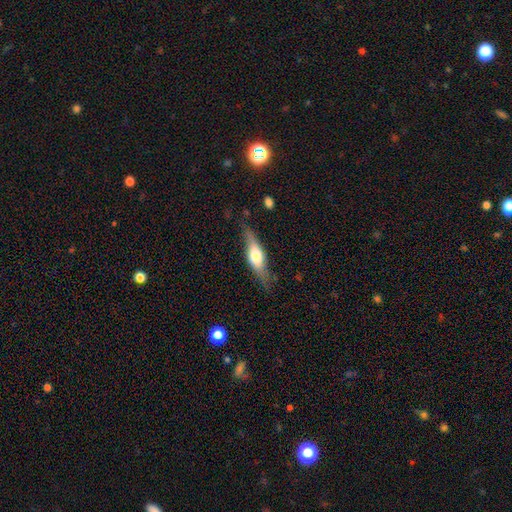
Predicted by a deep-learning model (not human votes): Smooth or featured?
  - featured or disk: 53% *
  - smooth: 41%
  - star or artifact: 6%
Edge-on disk?
  - yes: 86% *
  - no: 14%
Merging?
  - none: 72% *
  - minor disturbance: 20%
  - major disturbance: 6%
  - merger: 2%